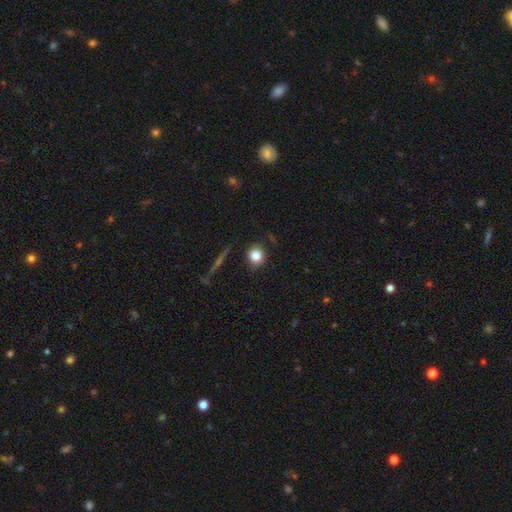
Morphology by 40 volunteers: A smooth galaxy with no disk features (75%) that is round (90%).

Vote fractions:
- Smooth or featured? smooth: 75% / featured or disk: 15% / star or artifact: 10%
- How rounded? round: 90% / in between: 10% / cigar-shaped: 0%
- Merging? none: 81% / minor disturbance: 11% / merger: 6% / major disturbance: 3%